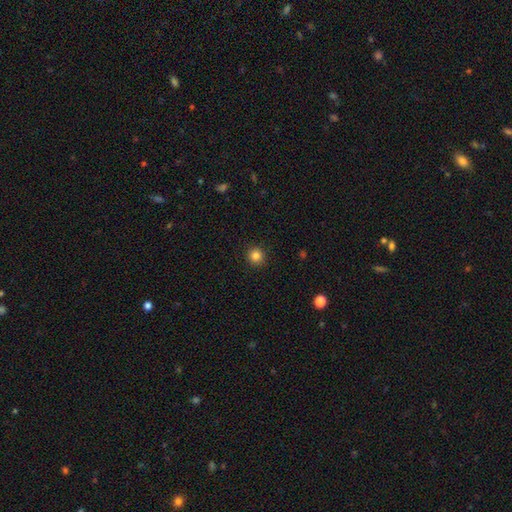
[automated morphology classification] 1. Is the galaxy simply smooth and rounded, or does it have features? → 84% smooth, 12% star or artifact, 5% featured or disk.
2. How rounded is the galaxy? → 94% round, 5% in between, 1% cigar-shaped.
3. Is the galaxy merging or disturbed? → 92% none, 5% minor disturbance, 2% major disturbance, 1% merger.